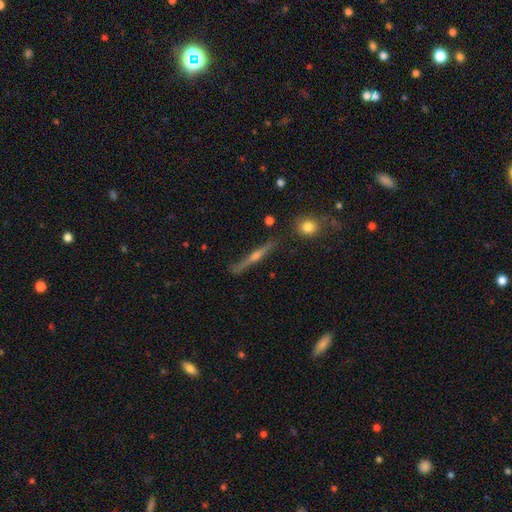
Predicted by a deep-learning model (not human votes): A featured or disk galaxy (73%) viewed edge-on (97%) with a rounded central bulge (85%).

Vote fractions:
- Smooth or featured? featured or disk: 73% / smooth: 20% / star or artifact: 7%
- Edge-on disk? yes: 97% / no: 3%
- Edge-on bulge? rounded: 85% / none: 9% / boxy: 6%
- Merging? none: 84% / minor disturbance: 11% / major disturbance: 3% / merger: 2%